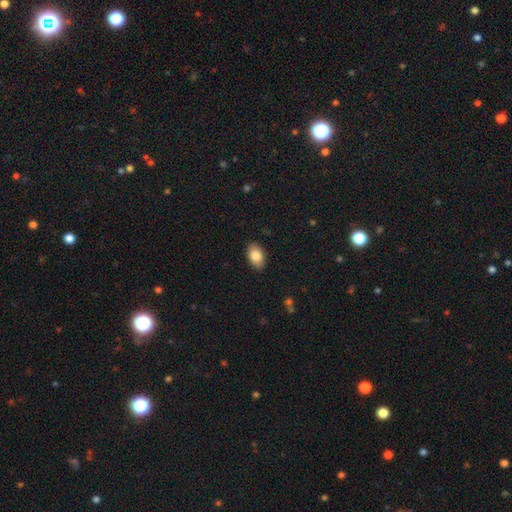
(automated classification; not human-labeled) This appears to be a smooth galaxy with no disk features (83%) that is in between round and cigar-shaped (91%). Merging: none (88%).